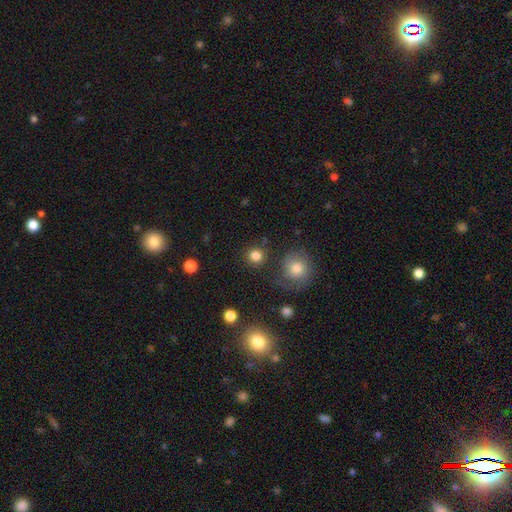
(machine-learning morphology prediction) Smooth or featured? smooth (83%)
How rounded? round (93%)
Merging? none (84%)